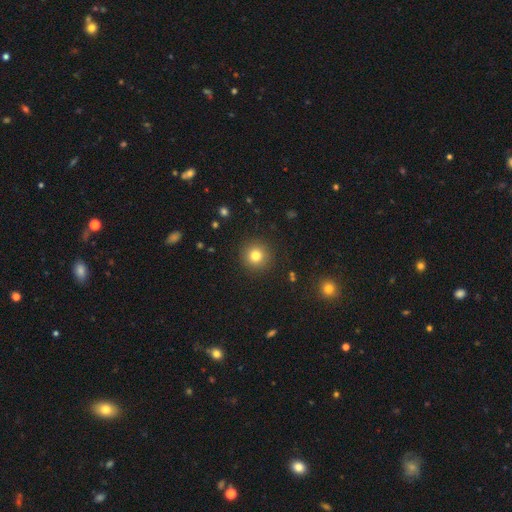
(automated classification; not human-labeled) Q: Smooth or featured?
A: smooth (79%); runner-up: star or artifact (13%)
Q: How rounded?
A: round (95%); runner-up: in between (4%)
Q: Merging?
A: none (91%); runner-up: minor disturbance (5%)